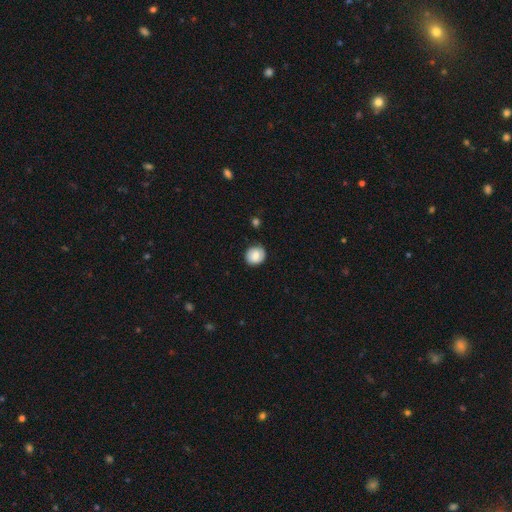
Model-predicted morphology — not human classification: type=smooth (78%); roundness=round (84%); merging=none (86%).